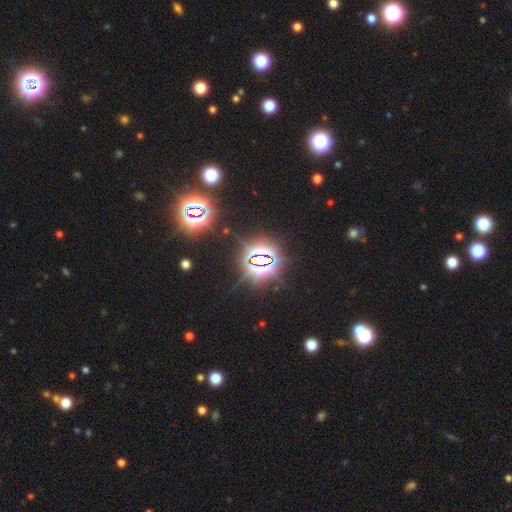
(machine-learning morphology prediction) This is clearly a star or artifact rather than a galaxy (83%).